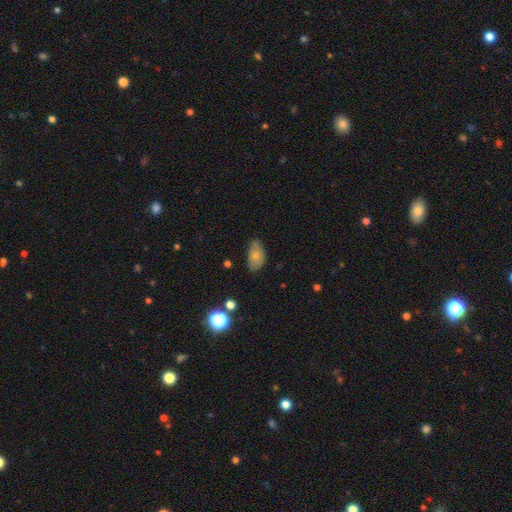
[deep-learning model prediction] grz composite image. It shows a smooth galaxy with no disk features (70%) that is in between round and cigar-shaped (91%). Merging: none (61%).